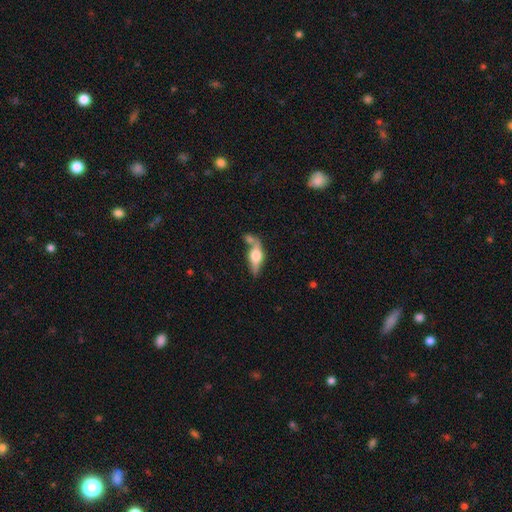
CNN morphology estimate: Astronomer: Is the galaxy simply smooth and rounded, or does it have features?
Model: featured or disk — 56% (runner-up: smooth, 37%).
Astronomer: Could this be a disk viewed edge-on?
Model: yes — 88%.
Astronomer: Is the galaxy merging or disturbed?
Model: none — 53%.